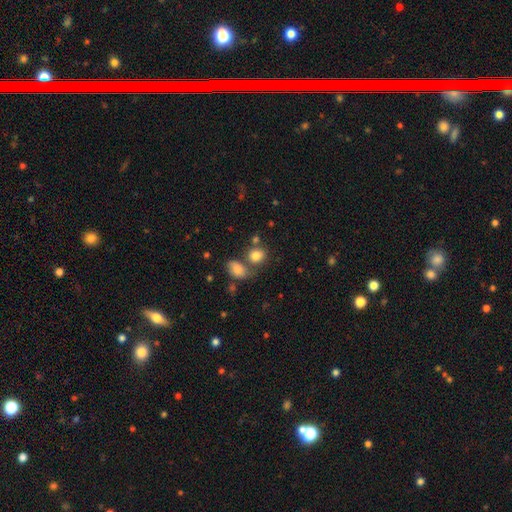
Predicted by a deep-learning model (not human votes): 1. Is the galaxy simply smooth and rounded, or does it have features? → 81% smooth, 10% star or artifact, 9% featured or disk.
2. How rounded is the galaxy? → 53% round, 46% in between, 1% cigar-shaped.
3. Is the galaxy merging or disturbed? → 51% none, 32% merger, 12% minor disturbance, 5% major disturbance.